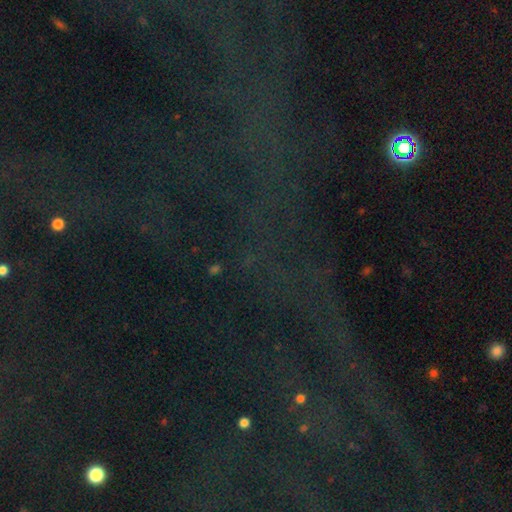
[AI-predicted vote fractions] A star or artifact, not a galaxy (78%).

Vote fractions:
- Smooth or featured? star or artifact: 78% / smooth: 12% / featured or disk: 11%